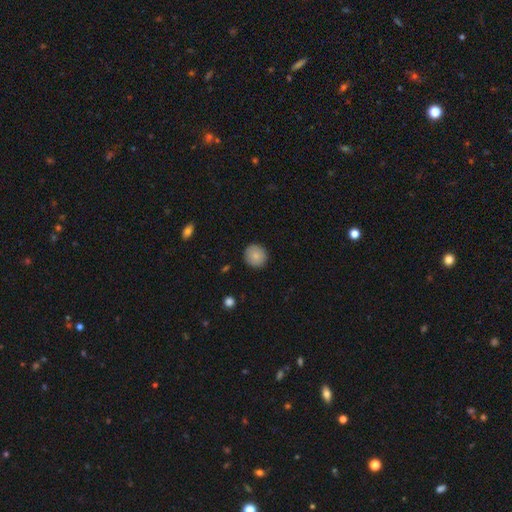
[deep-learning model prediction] This appears to be a smooth galaxy with no disk features (82%) that is round (91%). Merging: none (89%).